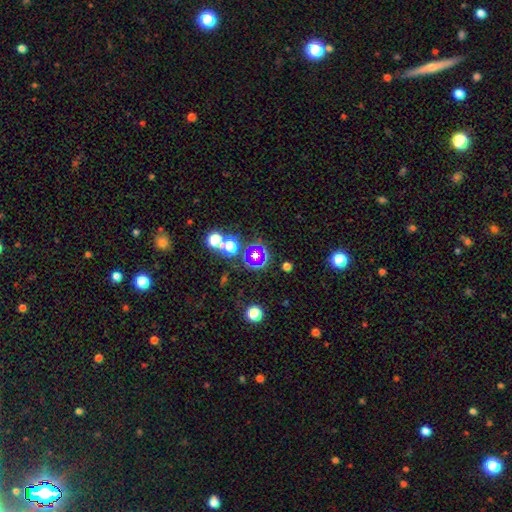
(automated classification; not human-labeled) Q: Smooth or featured?
A: star or artifact (46%); runner-up: smooth (39%)